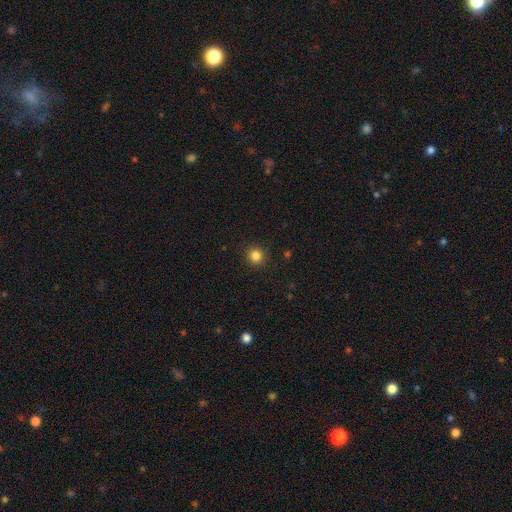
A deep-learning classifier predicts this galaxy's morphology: Overall: smooth (83%). How rounded: round (94%). Merging: none (92%).